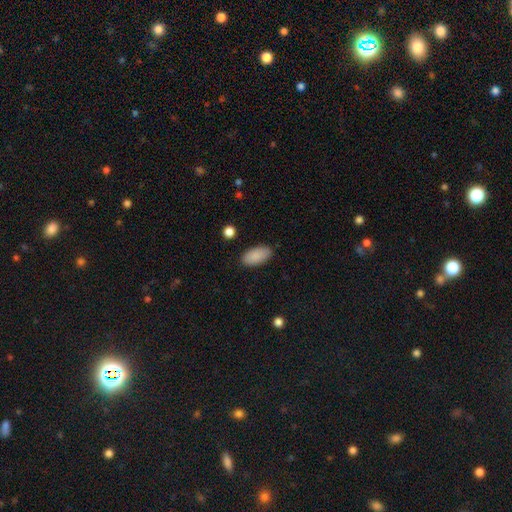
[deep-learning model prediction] smooth_or_featured: smooth (p=0.89) [alt: star or artifact p=0.06]
how_rounded: in between (p=0.94) [alt: cigar-shaped p=0.03]
merging: none (p=0.87) [alt: minor disturbance p=0.10]